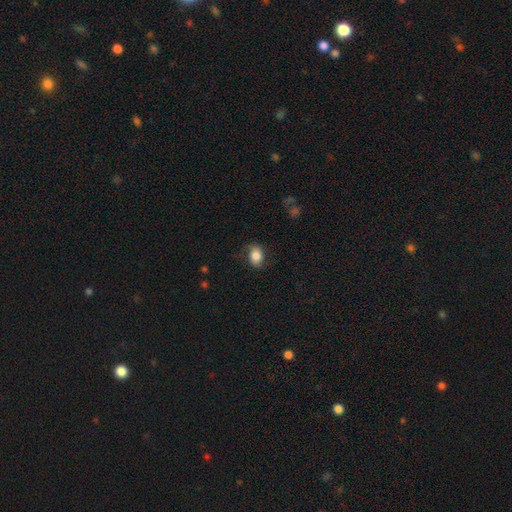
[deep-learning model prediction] A smooth galaxy with no disk features (76%) that is in between round and cigar-shaped (68%).

Vote fractions:
- Smooth or featured? smooth: 76% / featured or disk: 16% / star or artifact: 8%
- How rounded? in between: 68% / round: 31% / cigar-shaped: 1%
- Merging? none: 67% / minor disturbance: 22% / major disturbance: 10% / merger: 1%